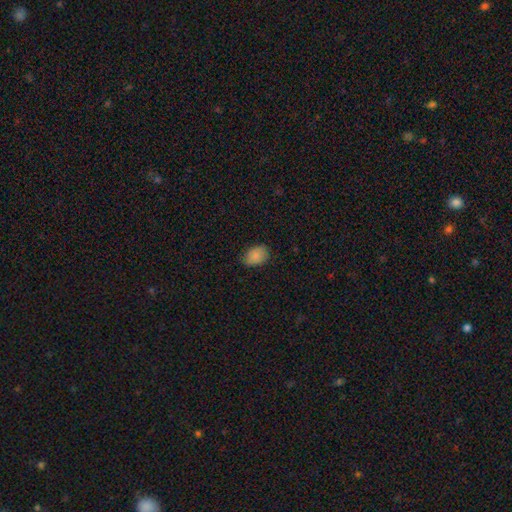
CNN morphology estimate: Q: Smooth or featured?
A: smooth (86%); runner-up: star or artifact (8%)
Q: How rounded?
A: in between (80%); runner-up: round (19%)
Q: Merging?
A: none (78%); runner-up: minor disturbance (18%)